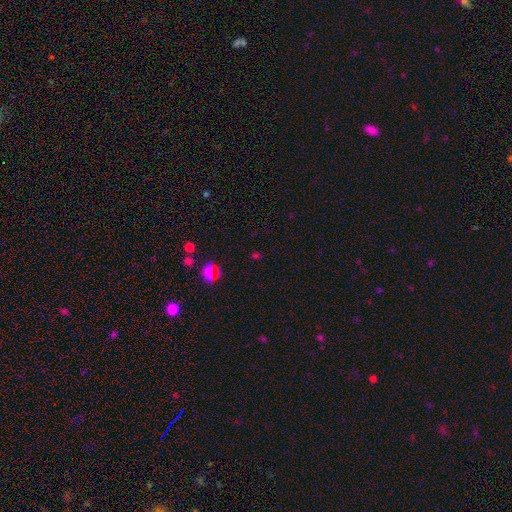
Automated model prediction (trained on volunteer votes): This appears to be a star or artifact, not a galaxy (61%).